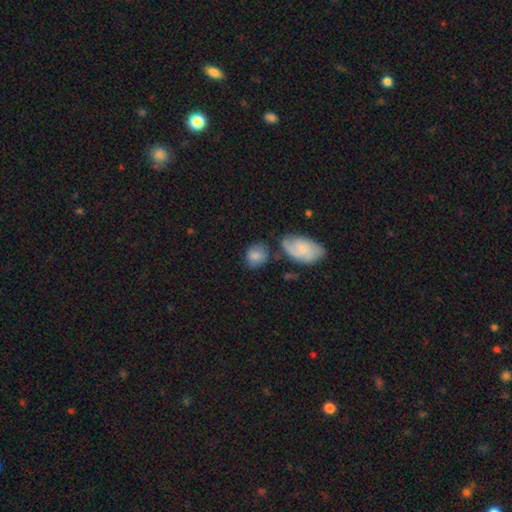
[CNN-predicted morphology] Smooth or featured? Predicted: smooth (p=0.78). How rounded? Predicted: round (p=0.52). Merging? Predicted: none (p=0.61).